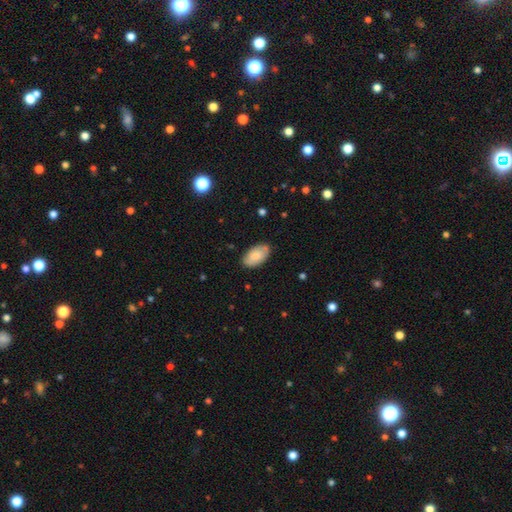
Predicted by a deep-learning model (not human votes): This appears to be a smooth galaxy with no disk features (81%) that is in between round and cigar-shaped (95%). Merging: none (81%).